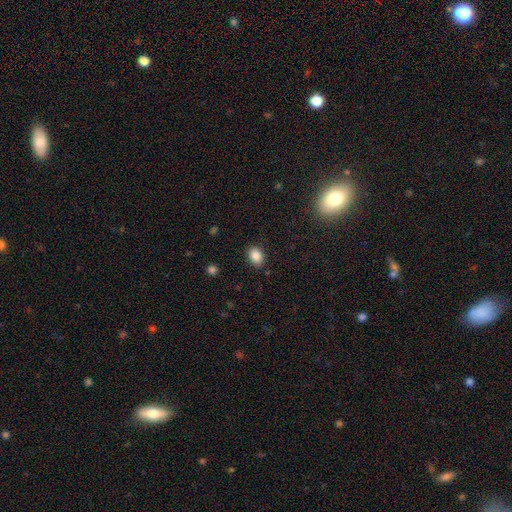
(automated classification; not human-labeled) A smooth galaxy with no disk features (86%) that is in between round and cigar-shaped (70%). Merging: none (87%).